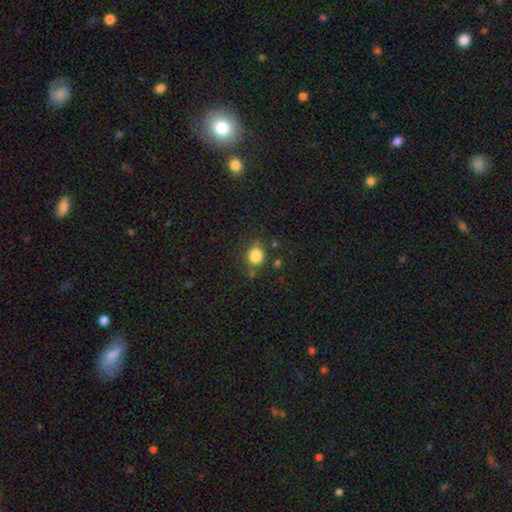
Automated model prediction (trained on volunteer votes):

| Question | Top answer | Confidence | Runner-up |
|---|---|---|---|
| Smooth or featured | smooth | 84% | star or artifact (11%) |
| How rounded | round | 77% | in between (22%) |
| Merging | none | 74% | minor disturbance (16%) |